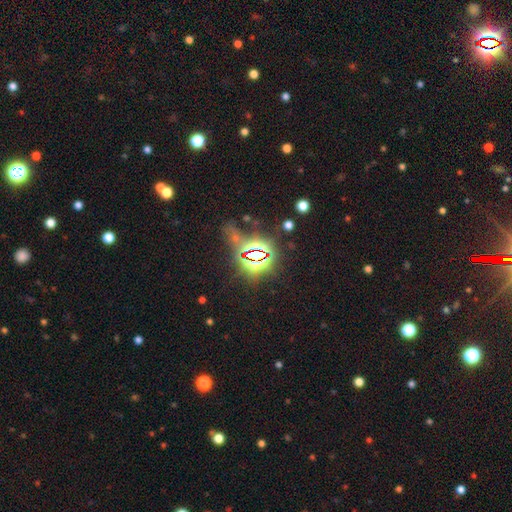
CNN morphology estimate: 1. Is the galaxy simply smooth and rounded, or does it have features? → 79% star or artifact, 13% smooth, 8% featured or disk.